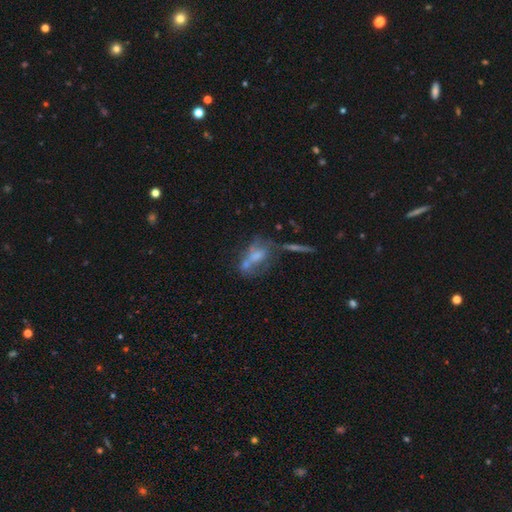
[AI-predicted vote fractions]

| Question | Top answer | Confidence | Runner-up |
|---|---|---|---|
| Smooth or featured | featured or disk | 45% | smooth (39%) |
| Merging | merger | 35% | none (33%) |